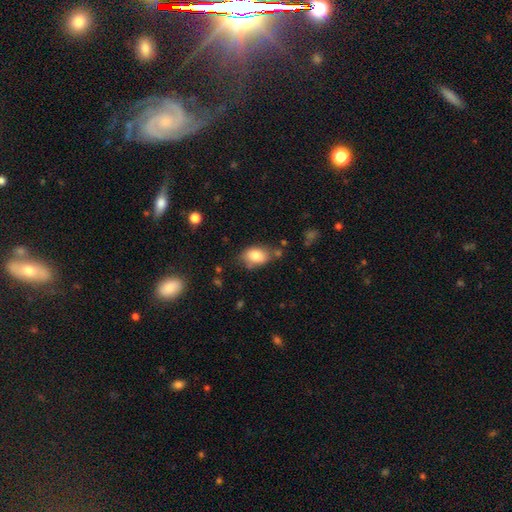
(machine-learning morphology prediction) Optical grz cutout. It shows a smooth galaxy with no disk features (82%) that is in between round and cigar-shaped (83%). Merging: none (66%).